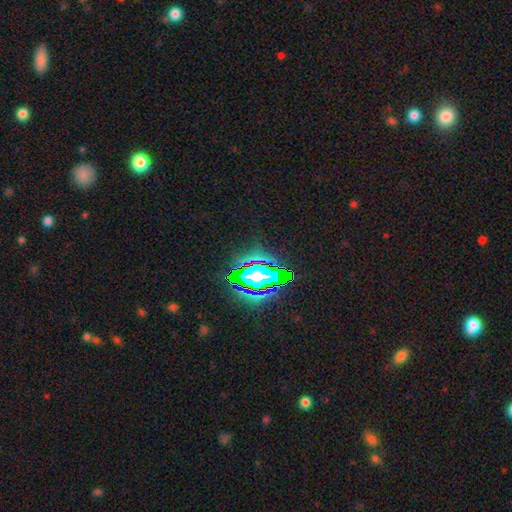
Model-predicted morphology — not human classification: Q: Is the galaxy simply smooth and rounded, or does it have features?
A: star or artifact — 83%.